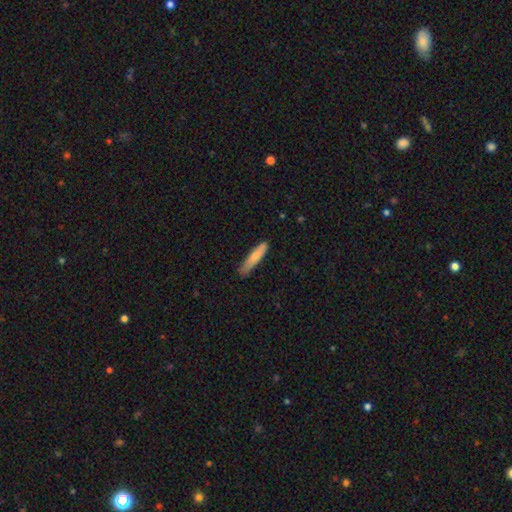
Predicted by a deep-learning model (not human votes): Q: Smooth or featured?
A: smooth (77%); runner-up: featured or disk (17%)
Q: How rounded?
A: cigar-shaped (85%); runner-up: in between (14%)
Q: Merging?
A: none (69%); runner-up: minor disturbance (25%)